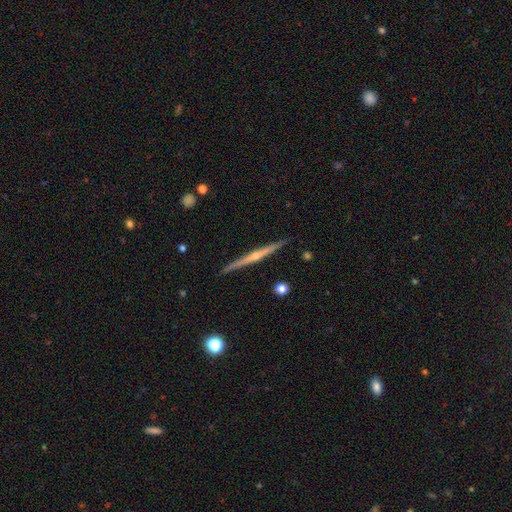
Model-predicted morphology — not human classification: This appears to be a featured or disk galaxy (79%) viewed edge-on (98%) with a rounded central bulge (77%). Merging: none (91%).